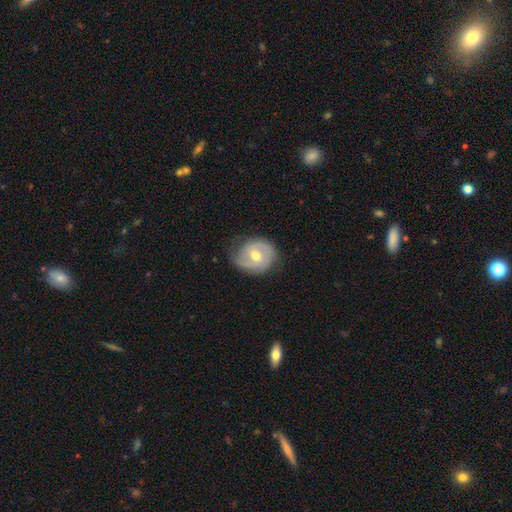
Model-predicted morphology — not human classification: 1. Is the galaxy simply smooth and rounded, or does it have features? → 67% featured or disk, 27% smooth, 6% star or artifact.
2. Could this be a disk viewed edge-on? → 97% no, 3% yes.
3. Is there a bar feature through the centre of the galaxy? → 45% no, 42% weak, 13% strong.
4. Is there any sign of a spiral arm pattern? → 80% yes, 20% no.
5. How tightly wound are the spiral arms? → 43% tight, 39% medium, 18% loose.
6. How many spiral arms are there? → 69% 2, 15% can't tell, 10% 1, 3% 3, 1% 4, 1% more than 4.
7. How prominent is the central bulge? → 77% moderate, 17% small, 5% large, 1% none, 1% dominant.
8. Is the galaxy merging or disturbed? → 67% none, 24% minor disturbance, 8% major disturbance, 1% merger.